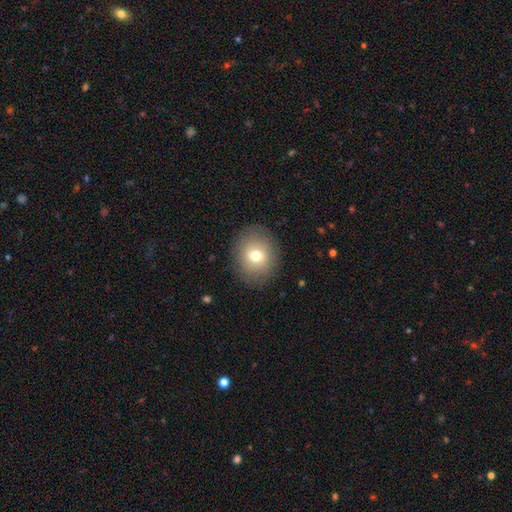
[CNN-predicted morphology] This is likely a smooth galaxy (73%). How rounded: likely round (76%). Merging: clearly none (87%).